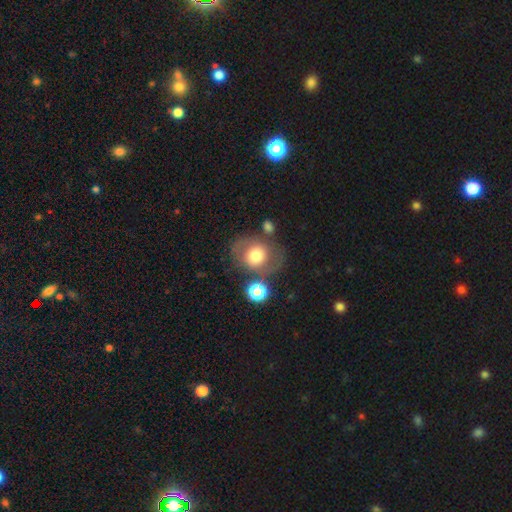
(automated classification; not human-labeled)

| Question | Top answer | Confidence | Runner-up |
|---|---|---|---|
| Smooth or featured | smooth | 59% | featured or disk (32%) |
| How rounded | round | 60% | in between (39%) |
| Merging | none | 62% | minor disturbance (18%) |